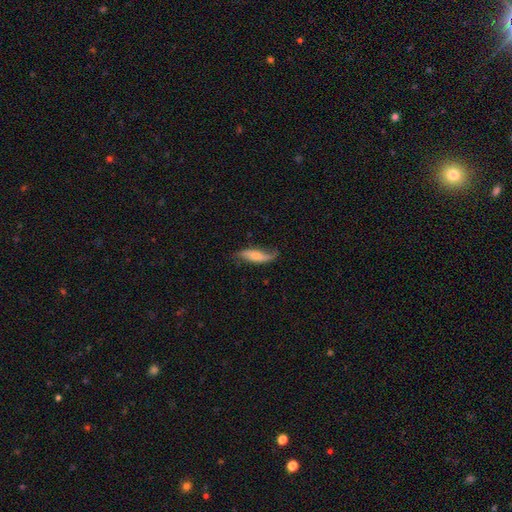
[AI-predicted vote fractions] Smooth or featured? Predicted: smooth (p=0.50). How rounded? Predicted: cigar-shaped (p=0.53). Merging? Predicted: none (p=0.58).